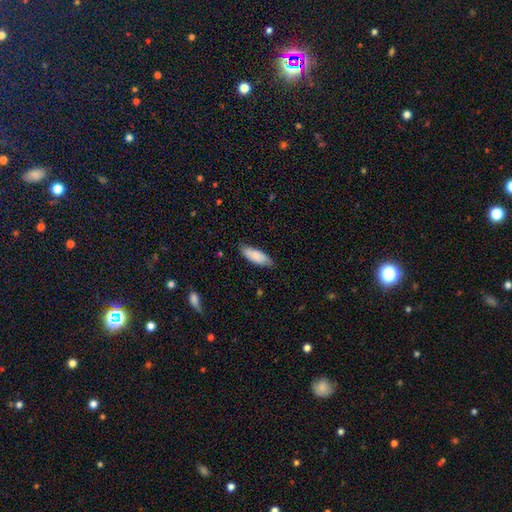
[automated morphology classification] smooth_or_featured: smooth (p=0.83) [alt: featured or disk p=0.11]
how_rounded: in between (p=0.68) [alt: cigar-shaped p=0.31]
merging: none (p=0.79) [alt: minor disturbance p=0.17]